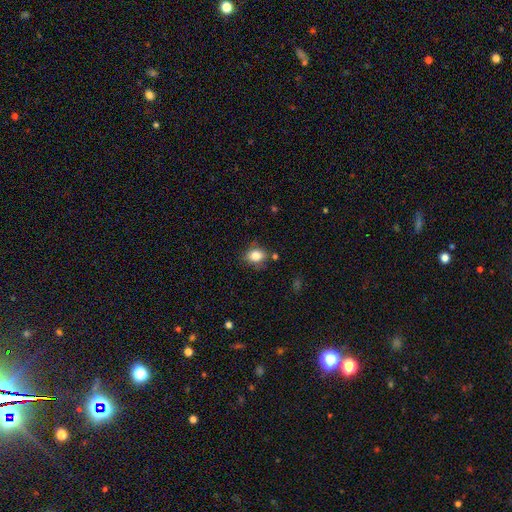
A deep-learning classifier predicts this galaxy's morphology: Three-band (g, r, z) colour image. It shows a smooth galaxy with no disk features (81%) that is in between round and cigar-shaped (51%). Merging: none (74%).